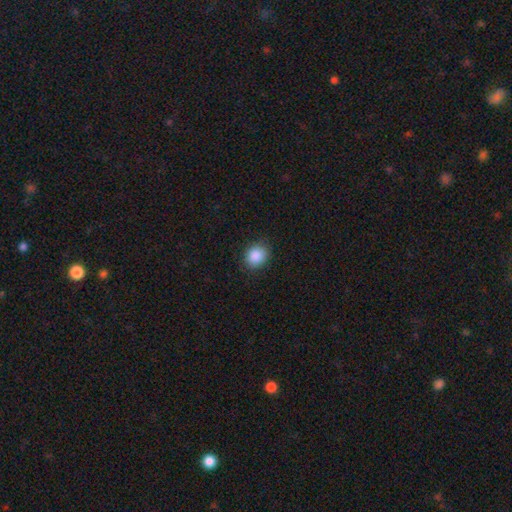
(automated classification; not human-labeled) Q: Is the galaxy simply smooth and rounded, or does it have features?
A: smooth — 89%.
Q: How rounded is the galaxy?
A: round — 65%.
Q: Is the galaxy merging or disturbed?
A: none — 86%.